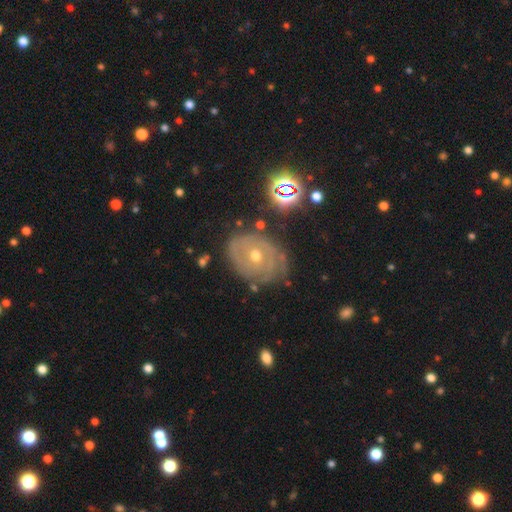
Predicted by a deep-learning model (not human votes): smooth_or_featured: featured or disk (p=0.73) [alt: smooth p=0.16]
disk_edge_on: no (p=0.96) [alt: yes p=0.04]
bar: no (p=0.76) [alt: weak p=0.19]
has_spiral_arms: yes (p=0.80) [alt: no p=0.20]
spiral_winding: tight (p=0.74) [alt: medium p=0.20]
spiral_arm_count: can't tell (p=0.49) [alt: 2 p=0.22]
bulge_size: moderate (p=0.55) [alt: small p=0.42]
merging: none (p=0.67) [alt: minor disturbance p=0.22]